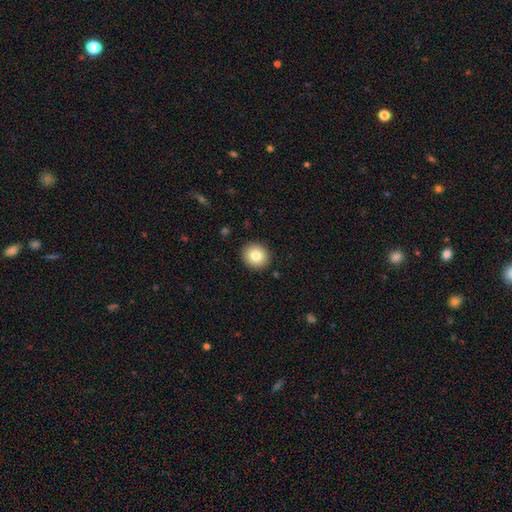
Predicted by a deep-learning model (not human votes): This appears to be a smooth galaxy with no disk features (82%) that is round (85%). Merging: none (91%).